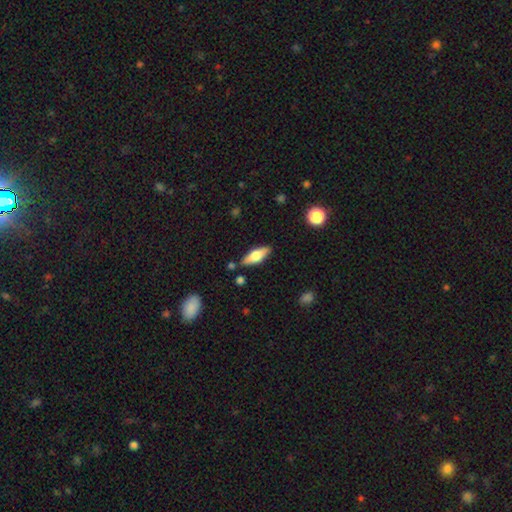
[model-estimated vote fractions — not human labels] smooth 52%, featured or disk 42%, star or artifact 6%. Down the decision tree: how rounded — in between (56%); merging — none (85%).